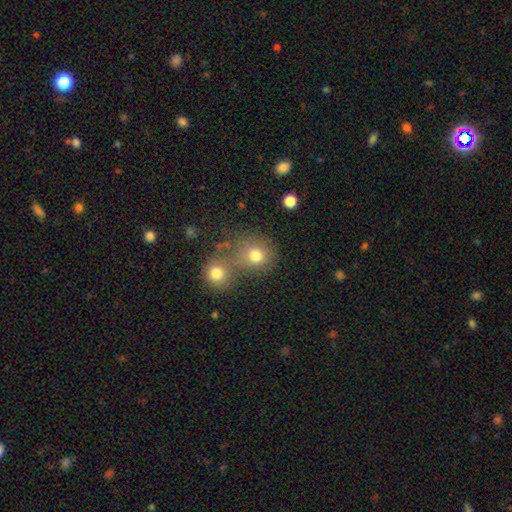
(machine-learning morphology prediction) Overall: smooth (76%). How rounded: round (84%). Merging: none (44%; merger 42%).